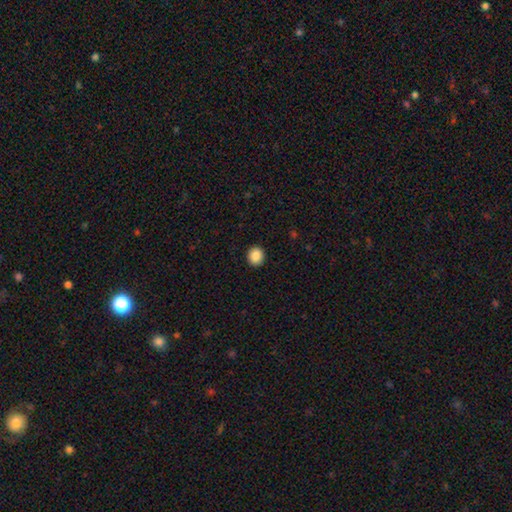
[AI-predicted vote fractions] This appears to be a smooth galaxy with no disk features (88%) that is round (82%). Merging: none (92%).